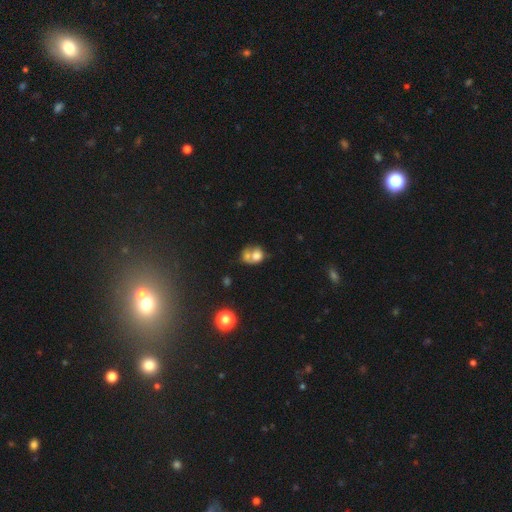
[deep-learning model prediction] Smooth or featured? smooth (64%)
How rounded? round (54%)
Merging? merger (61%)